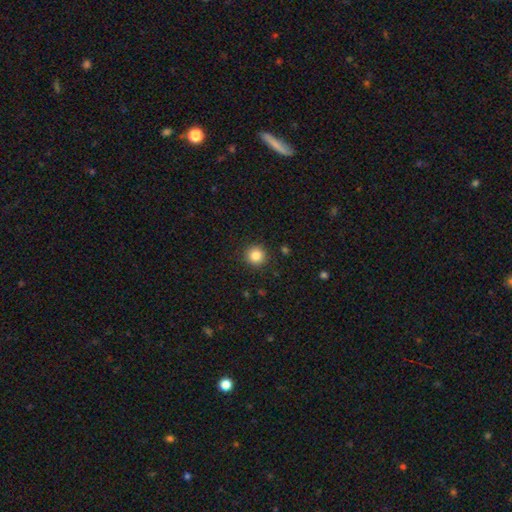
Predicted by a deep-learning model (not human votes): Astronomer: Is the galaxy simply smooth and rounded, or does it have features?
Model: smooth — 84%.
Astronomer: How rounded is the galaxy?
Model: round — 94%.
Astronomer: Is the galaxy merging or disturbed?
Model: none — 91%.